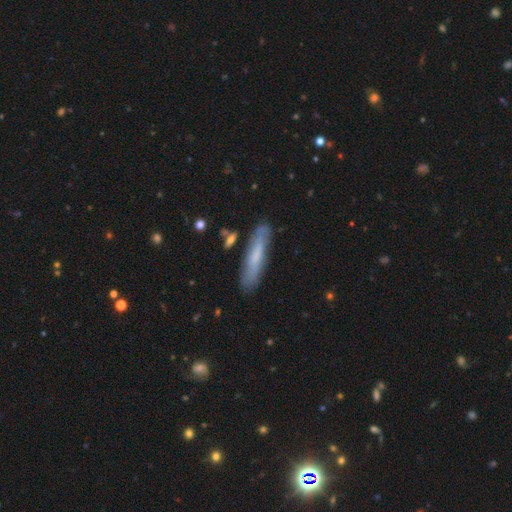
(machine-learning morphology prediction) Smooth or featured?
  - smooth: 56% *
  - featured or disk: 37%
  - star or artifact: 7%
How rounded?
  - cigar-shaped: 81% *
  - in between: 17%
  - round: 2%
Merging?
  - none: 80% *
  - minor disturbance: 14%
  - major disturbance: 3%
  - merger: 3%